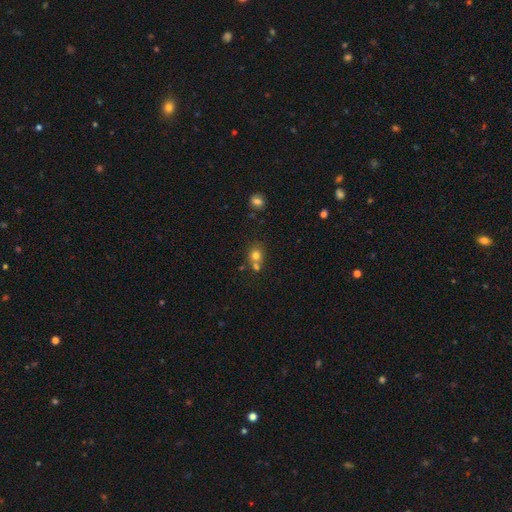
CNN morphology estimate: Overall: smooth (73%). How rounded: round (78%). Merging: none (48%; merger 40%).